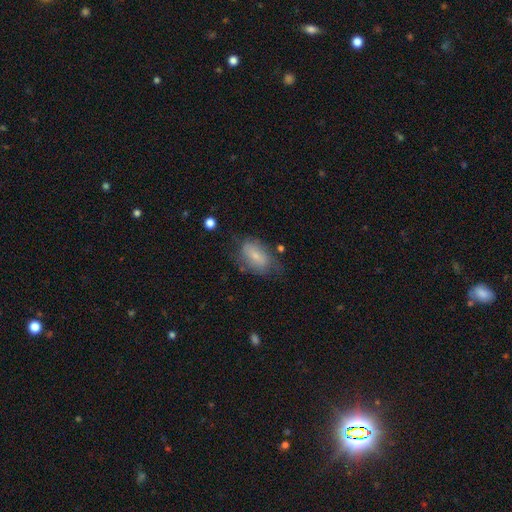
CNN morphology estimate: smooth 61%, featured or disk 31%, star or artifact 8%. Down the decision tree: how rounded — in between (88%); merging — none (50%).